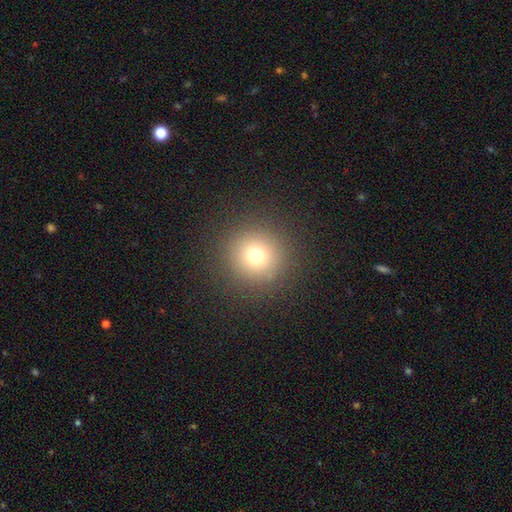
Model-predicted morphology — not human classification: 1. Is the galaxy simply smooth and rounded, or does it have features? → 72% smooth, 17% star or artifact, 10% featured or disk.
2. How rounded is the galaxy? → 95% round, 4% in between, 1% cigar-shaped.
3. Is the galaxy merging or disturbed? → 90% none, 6% minor disturbance, 3% major disturbance, 1% merger.